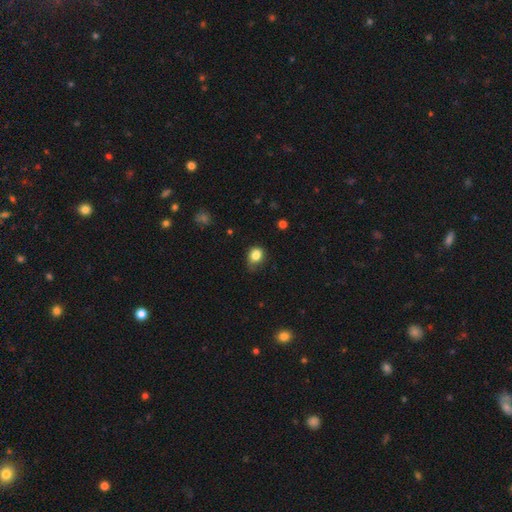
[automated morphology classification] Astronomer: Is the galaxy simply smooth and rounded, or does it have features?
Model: smooth — 82%.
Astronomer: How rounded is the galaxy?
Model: round — 52% (runner-up: in between, 47%).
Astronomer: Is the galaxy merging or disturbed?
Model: none — 53% (runner-up: minor disturbance, 36%).